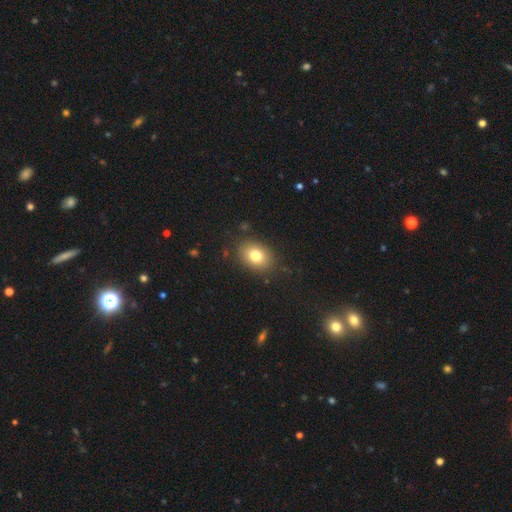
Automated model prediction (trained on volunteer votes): smooth-or-featured: smooth: 78% | featured or disk: 11% | star or artifact: 10%
  how-rounded: in between: 67% | round: 32% | cigar-shaped: 1%
  merging: none: 86% | minor disturbance: 10% | major disturbance: 3% | merger: 1%